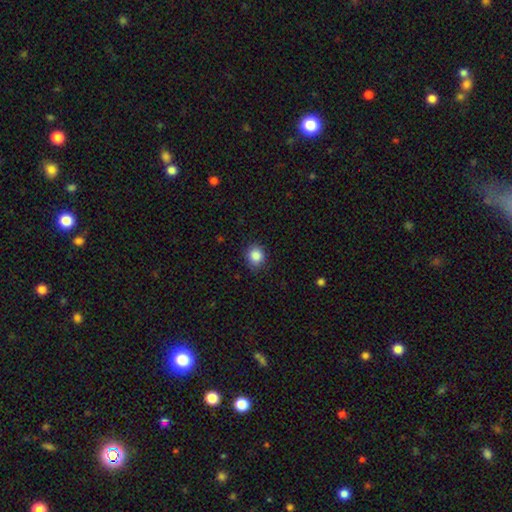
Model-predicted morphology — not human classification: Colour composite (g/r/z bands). It shows a smooth galaxy with no disk features (87%) that is round (78%). Merging: none (85%).